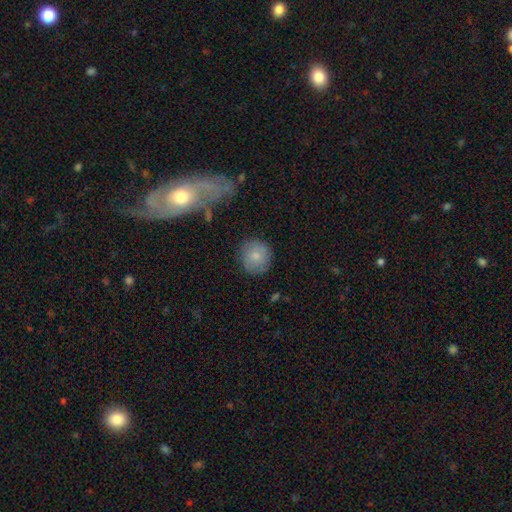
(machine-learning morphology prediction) smooth-or-featured: smooth: 75% | featured or disk: 17% | star or artifact: 8%
  how-rounded: round: 92% | in between: 7% | cigar-shaped: 1%
  merging: none: 83% | minor disturbance: 12% | major disturbance: 3% | merger: 2%